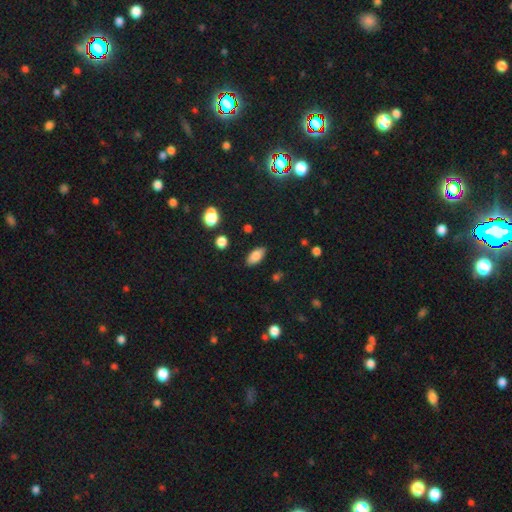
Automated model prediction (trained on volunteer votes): The model was most divided on "smooth or featured": smooth: 83%, featured or disk: 9%, star or artifact: 9%. More confident: how rounded — in between (91%); merging — none (86%).